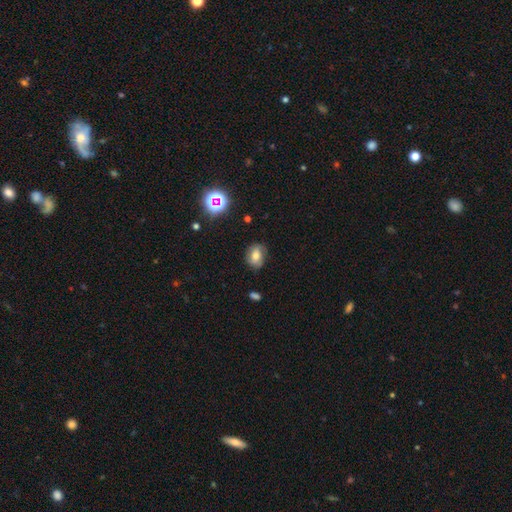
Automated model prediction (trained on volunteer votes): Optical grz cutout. It shows a smooth galaxy with no disk features (59%) that is in between round and cigar-shaped (61%). Merging: none (72%).